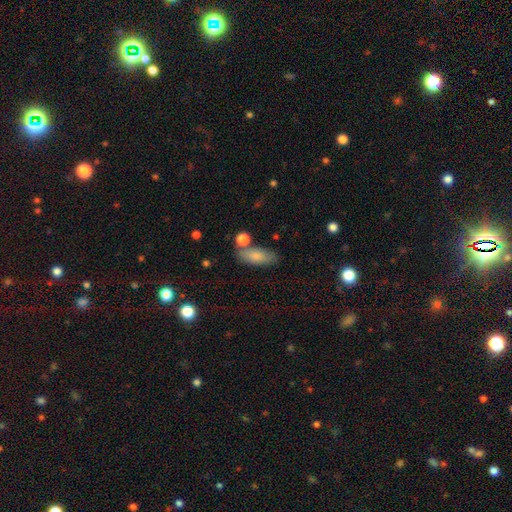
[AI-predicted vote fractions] Q: Smooth or featured?
A: smooth (83%); runner-up: featured or disk (11%)
Q: How rounded?
A: in between (78%); runner-up: cigar-shaped (18%)
Q: Merging?
A: none (70%); runner-up: minor disturbance (15%)